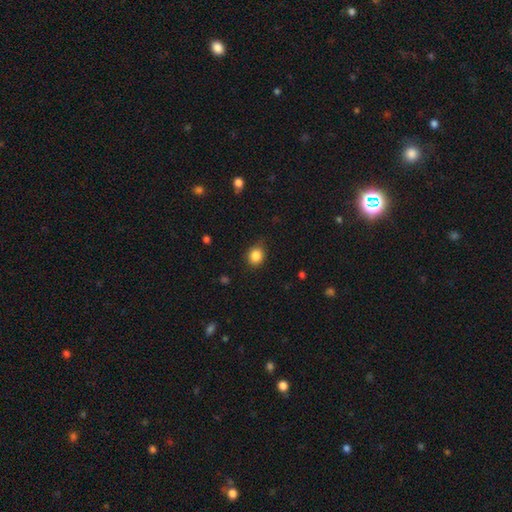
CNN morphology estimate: smooth_or_featured: smooth (p=0.86) [alt: star or artifact p=0.10]
how_rounded: round (p=0.69) [alt: in between p=0.30]
merging: none (p=0.78) [alt: minor disturbance p=0.17]